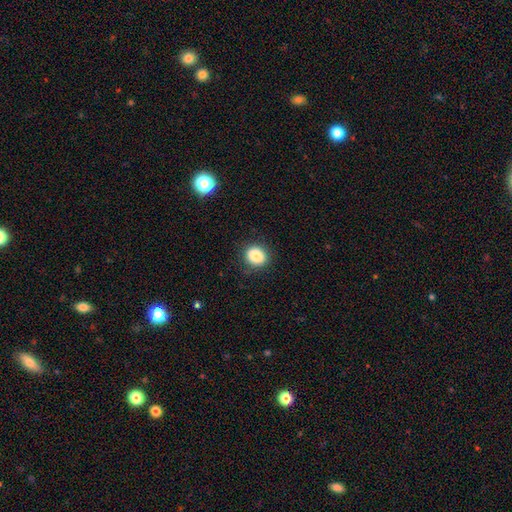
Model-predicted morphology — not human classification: The model was most divided on "how rounded": round: 67%, in between: 32%, cigar-shaped: 1%. More confident: merging — none (87%); smooth or featured — smooth (86%).